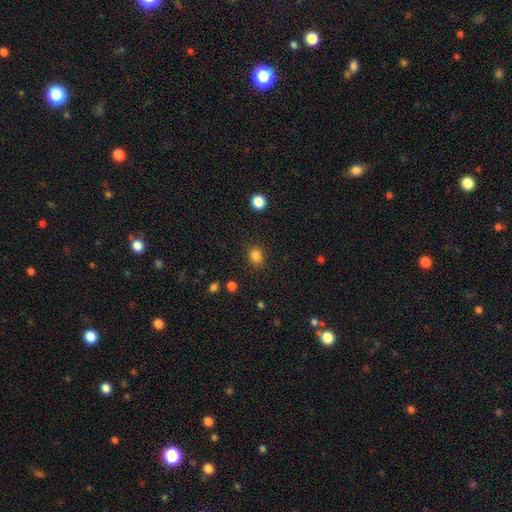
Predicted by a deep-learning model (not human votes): A smooth galaxy with no disk features (84%) that is round (66%). Merging: none (87%).